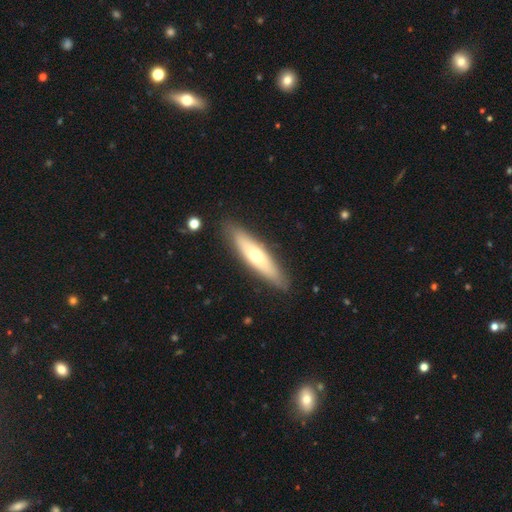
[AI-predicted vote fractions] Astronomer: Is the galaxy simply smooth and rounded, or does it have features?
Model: smooth — 50% (runner-up: featured or disk, 44%).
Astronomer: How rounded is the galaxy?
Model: cigar-shaped — 75%.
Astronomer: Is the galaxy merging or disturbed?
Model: none — 88%.